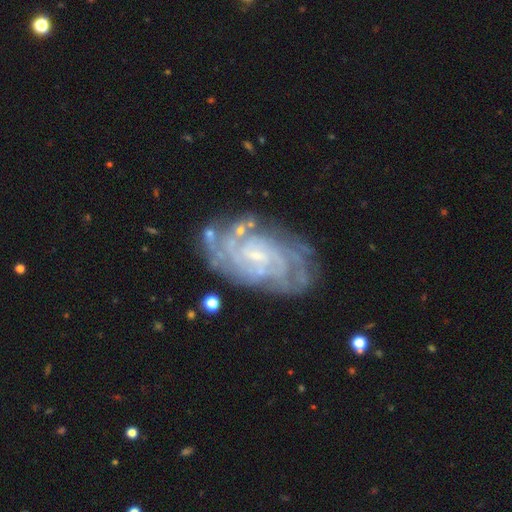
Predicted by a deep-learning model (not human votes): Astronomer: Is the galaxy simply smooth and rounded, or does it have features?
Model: featured or disk — 88%.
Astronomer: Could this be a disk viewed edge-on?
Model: no — 97%.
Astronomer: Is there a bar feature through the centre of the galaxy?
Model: no — 52% (runner-up: weak, 38%).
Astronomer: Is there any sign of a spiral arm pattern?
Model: yes — 97%.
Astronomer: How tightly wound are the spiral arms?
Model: tight — 76%.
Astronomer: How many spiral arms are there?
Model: can't tell — 30% (runner-up: 4, 20%).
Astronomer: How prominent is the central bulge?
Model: small — 77%.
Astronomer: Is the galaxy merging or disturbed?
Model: none — 74%.